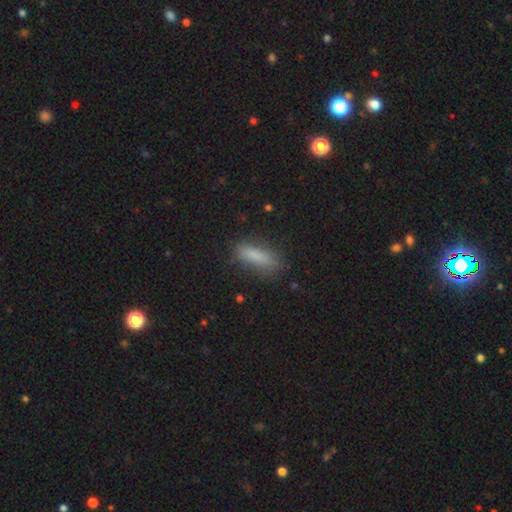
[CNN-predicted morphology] Overall: smooth (81%). How rounded: cigar-shaped (55%; in between 43%). Merging: none (76%).